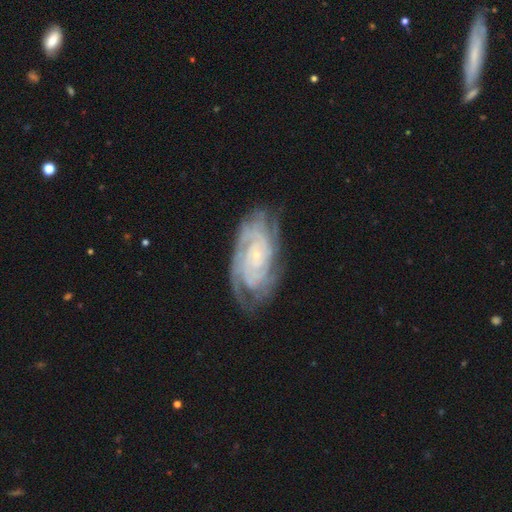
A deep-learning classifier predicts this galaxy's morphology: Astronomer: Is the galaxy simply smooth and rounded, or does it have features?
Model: featured or disk — 85%.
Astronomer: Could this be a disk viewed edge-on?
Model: no — 95%.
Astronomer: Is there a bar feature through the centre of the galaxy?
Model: no — 72%.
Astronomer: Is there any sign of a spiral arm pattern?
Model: yes — 96%.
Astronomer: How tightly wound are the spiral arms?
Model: tight — 75%.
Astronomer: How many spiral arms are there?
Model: can't tell — 36% (runner-up: 4, 17%).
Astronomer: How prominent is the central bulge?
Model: small — 83%.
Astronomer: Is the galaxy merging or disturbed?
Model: none — 71%.